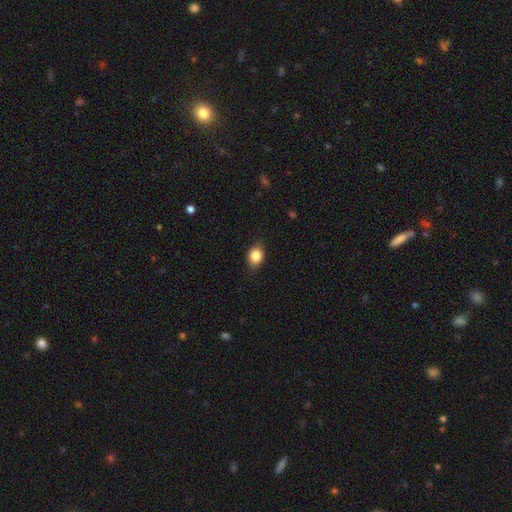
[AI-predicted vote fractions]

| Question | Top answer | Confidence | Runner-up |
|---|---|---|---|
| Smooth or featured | smooth | 84% | star or artifact (9%) |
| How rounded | in between | 59% | round (40%) |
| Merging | none | 82% | minor disturbance (14%) |